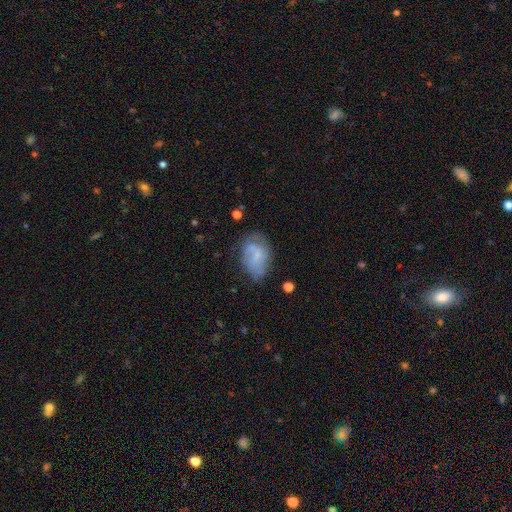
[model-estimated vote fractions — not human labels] smooth-or-featured: smooth: 49% | featured or disk: 42% | star or artifact: 9%
  merging: none: 49% | minor disturbance: 30% | major disturbance: 17% | merger: 4%